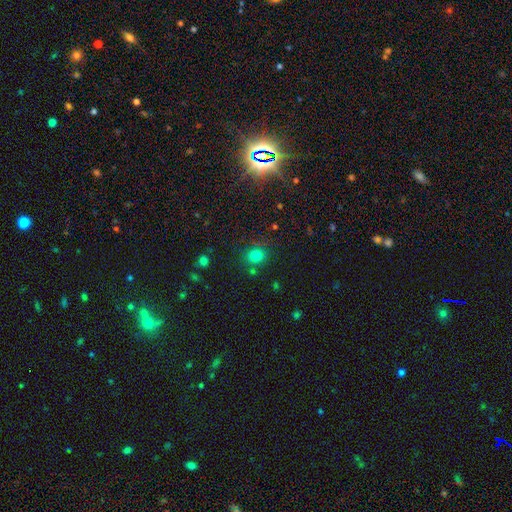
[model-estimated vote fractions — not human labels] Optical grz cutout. It shows a smooth galaxy with no disk features (78%) that is round (76%). Merging: none (79%).